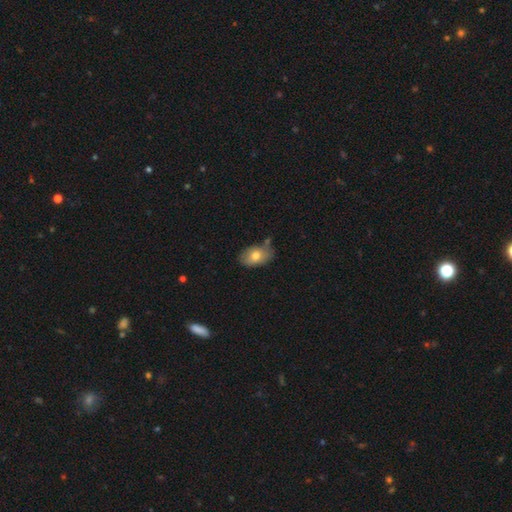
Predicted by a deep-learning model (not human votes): A smooth galaxy with no disk features (74%) that is in between round and cigar-shaped (88%).

Vote fractions:
- Smooth or featured? smooth: 74% / featured or disk: 18% / star or artifact: 7%
- How rounded? in between: 88% / round: 10% / cigar-shaped: 1%
- Merging? none: 67% / minor disturbance: 22% / merger: 7% / major disturbance: 4%